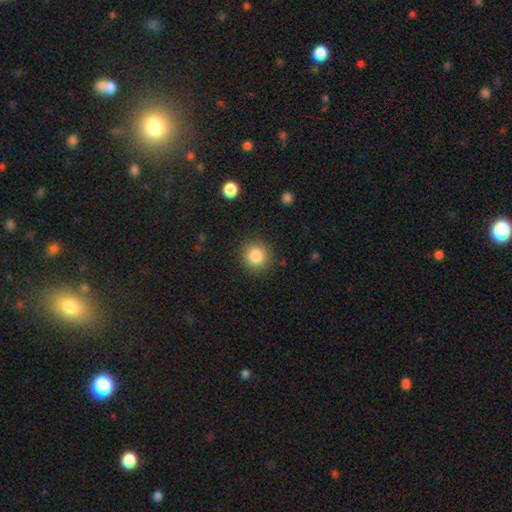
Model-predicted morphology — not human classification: Smooth or featured? Predicted: smooth (p=0.84). How rounded? Predicted: round (p=0.94). Merging? Predicted: none (p=0.89).